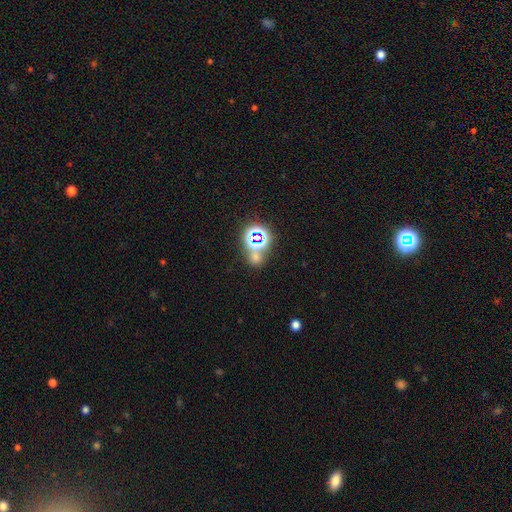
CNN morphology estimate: Smooth or featured?
  - star or artifact: 62% *
  - smooth: 30%
  - featured or disk: 9%